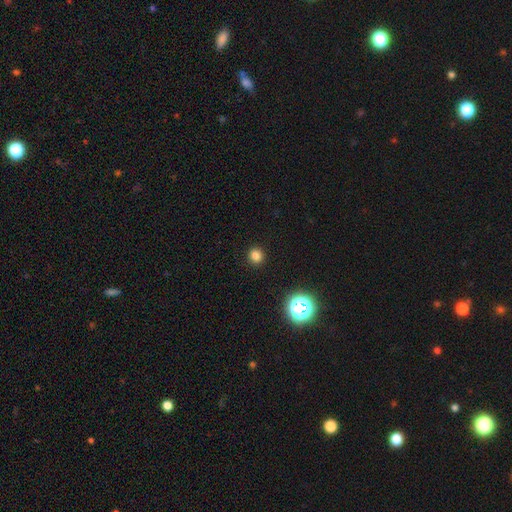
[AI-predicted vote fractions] This appears to be a smooth galaxy with no disk features (79%) that is round (87%). Merging: none (92%).